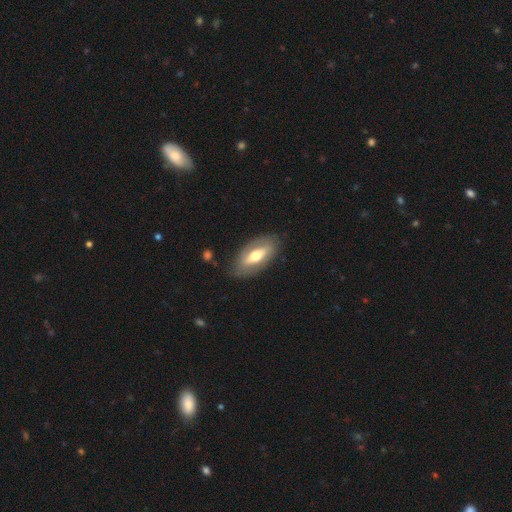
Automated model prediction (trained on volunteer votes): Q: Smooth or featured?
A: featured or disk (54%); runner-up: smooth (41%)
Q: Edge-on disk?
A: no (72%); runner-up: yes (28%)
Q: Merging?
A: none (80%); runner-up: minor disturbance (14%)